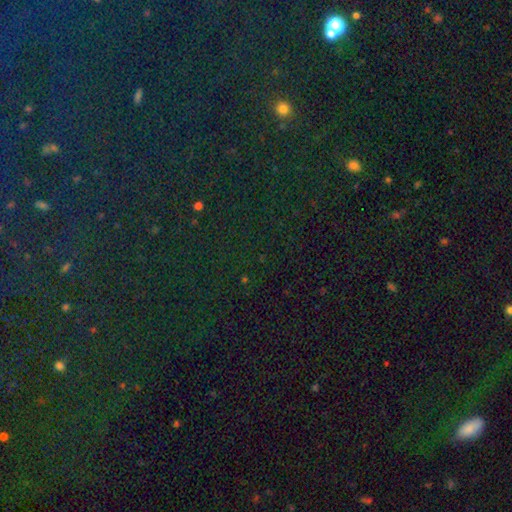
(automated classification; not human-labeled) smooth-or-featured: star or artifact: 81% | smooth: 12% | featured or disk: 8%